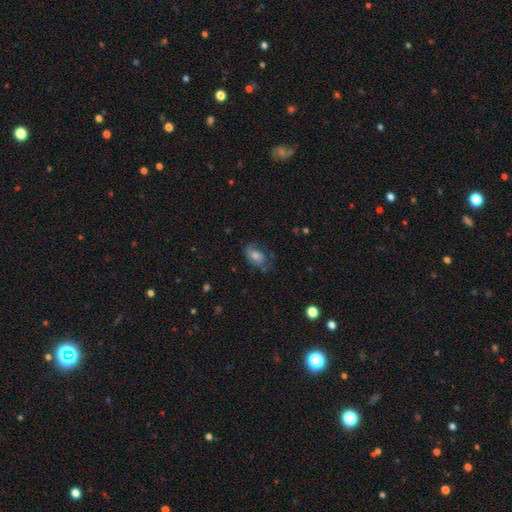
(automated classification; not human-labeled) Smooth or featured?
  - smooth: 47% *
  - featured or disk: 40%
  - star or artifact: 14%
Merging?
  - none: 59% *
  - minor disturbance: 25%
  - major disturbance: 14%
  - merger: 2%